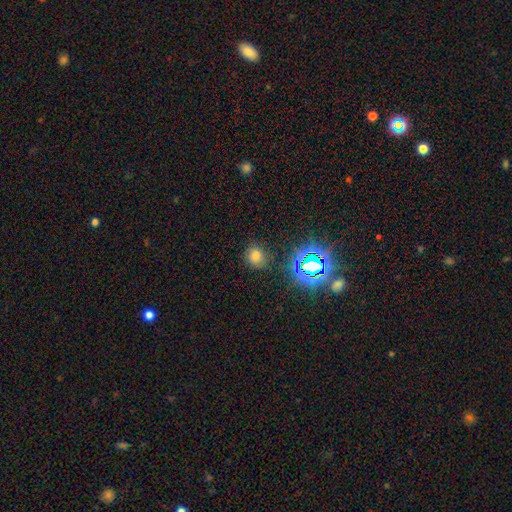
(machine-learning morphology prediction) Overall: smooth (63%; star or artifact 29%). How rounded: round (70%). Merging: none (82%).